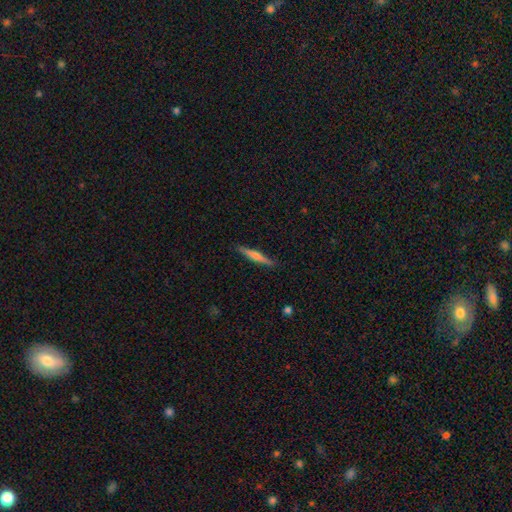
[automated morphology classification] type=featured or disk (51%); edge-on=yes (97%); merging=none (89%).